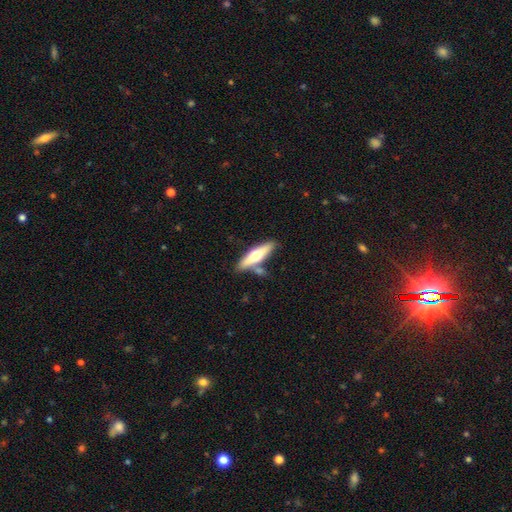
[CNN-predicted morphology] A smooth galaxy with no disk features (48%).

Vote fractions:
- Smooth or featured? smooth: 48% / featured or disk: 47% / star or artifact: 5%
- Merging? none: 69% / merger: 14% / minor disturbance: 13% / major disturbance: 3%